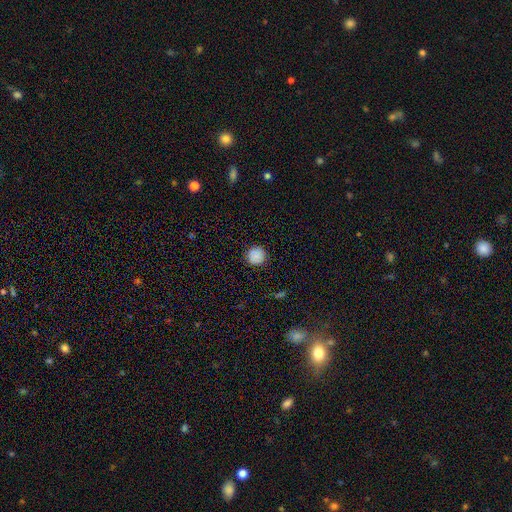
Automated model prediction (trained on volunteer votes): The model was most divided on "smooth or featured": smooth: 87%, star or artifact: 9%, featured or disk: 4%. More confident: how rounded — round (95%); merging — none (91%).